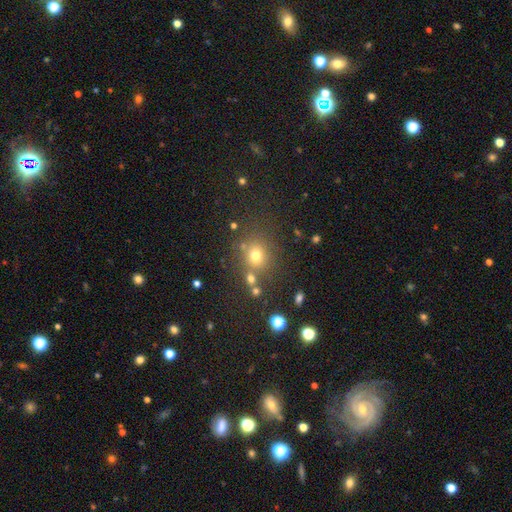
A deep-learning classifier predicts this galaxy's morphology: The model was most divided on "smooth or featured": smooth: 70%, star or artifact: 21%, featured or disk: 9%. More confident: how rounded — round (83%); merging — none (74%).